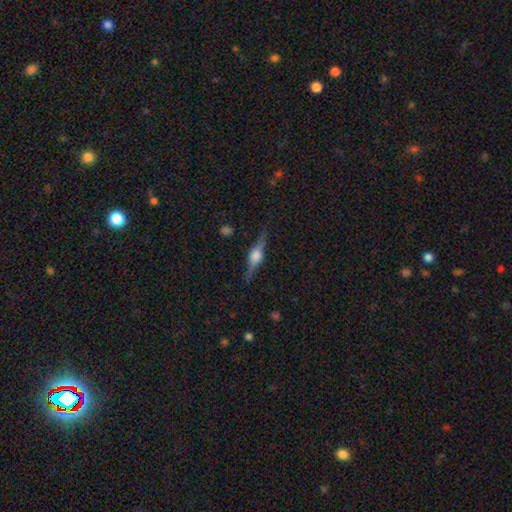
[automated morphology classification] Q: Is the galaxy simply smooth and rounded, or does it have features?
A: featured or disk — 77%.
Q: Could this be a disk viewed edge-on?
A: yes — 97%.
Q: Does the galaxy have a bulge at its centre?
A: rounded — 89%.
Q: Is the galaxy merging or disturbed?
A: none — 86%.